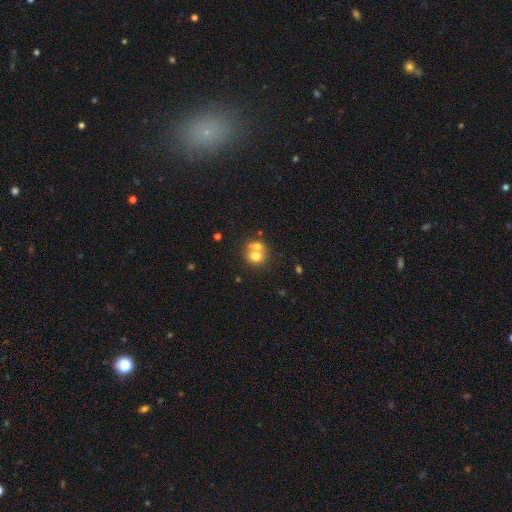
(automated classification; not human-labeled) smooth-or-featured: smooth: 68% | featured or disk: 21% | star or artifact: 12%
  how-rounded: round: 72% | in between: 27% | cigar-shaped: 1%
  merging: merger: 56% | none: 33% | minor disturbance: 7% | major disturbance: 4%